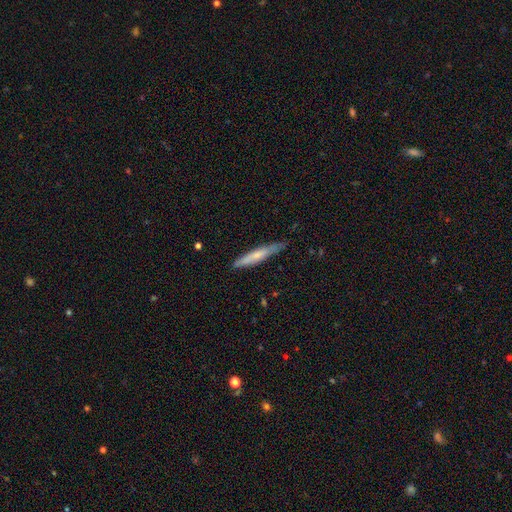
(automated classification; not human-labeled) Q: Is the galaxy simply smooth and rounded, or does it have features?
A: smooth — 57%.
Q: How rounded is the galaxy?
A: cigar-shaped — 93%.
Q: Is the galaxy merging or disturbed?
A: none — 82%.